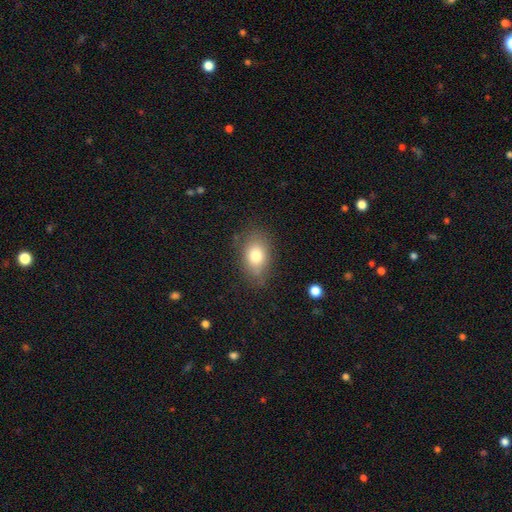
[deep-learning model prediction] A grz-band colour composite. It shows a smooth galaxy with no disk features (78%) that is in between round and cigar-shaped (81%). Merging: none (77%).